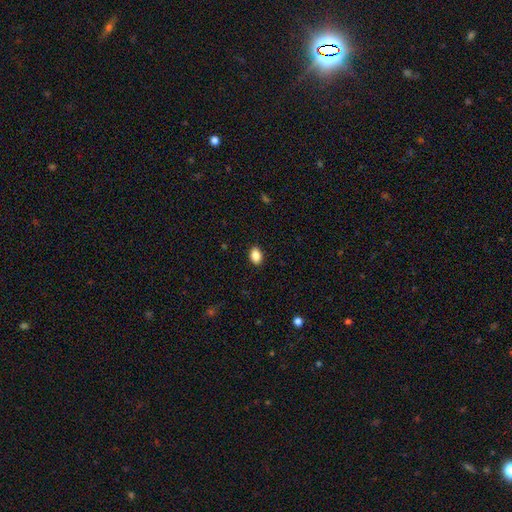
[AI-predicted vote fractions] Smooth or featured? Predicted: smooth (p=0.87). How rounded? Predicted: in between (p=0.84). Merging? Predicted: none (p=0.89).